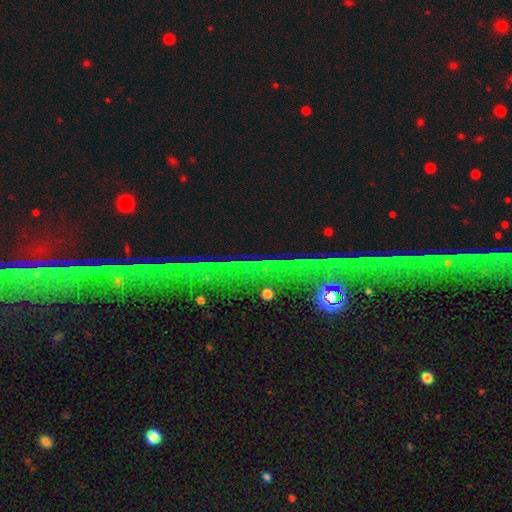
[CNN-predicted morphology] smooth-or-featured: star or artifact: 78% | featured or disk: 13% | smooth: 9%